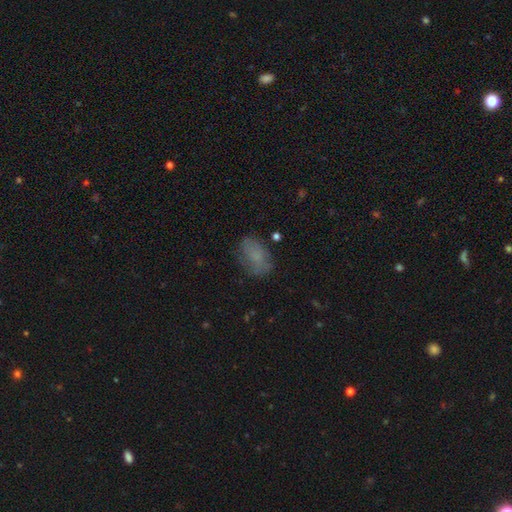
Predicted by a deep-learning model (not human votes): Smooth or featured? Predicted: smooth (p=0.68). How rounded? Predicted: in between (p=0.87). Merging? Predicted: none (p=0.64).